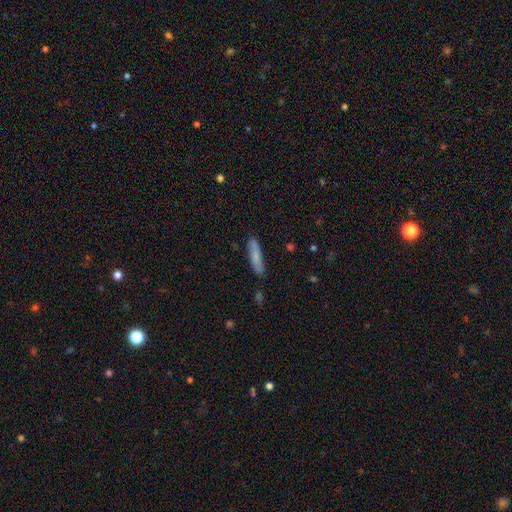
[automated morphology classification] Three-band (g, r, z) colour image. It shows a smooth galaxy with no disk features (76%) that is cigar-shaped (82%). Merging: none (82%).